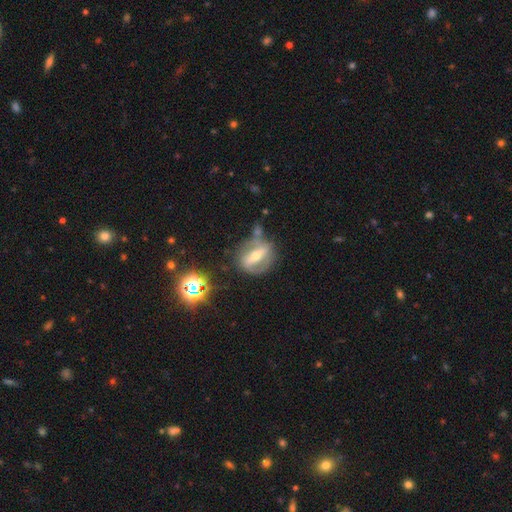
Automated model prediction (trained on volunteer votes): This is likely a featured or disk galaxy (67%). It is clearly not viewed edge-on (81%). Bar: likely strong (69%). Spiral arm pattern: possibly no (53%). Central bulge: likely moderate (61%). Merging: likely none (60%).